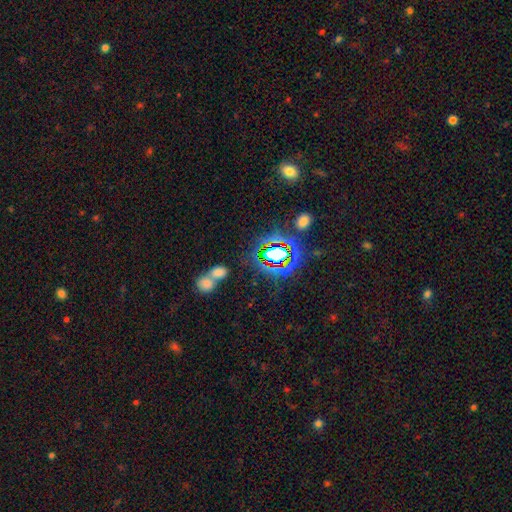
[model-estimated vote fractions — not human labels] A star or artifact, not a galaxy (65%).

Vote fractions:
- Smooth or featured? star or artifact: 65% / smooth: 20% / featured or disk: 15%